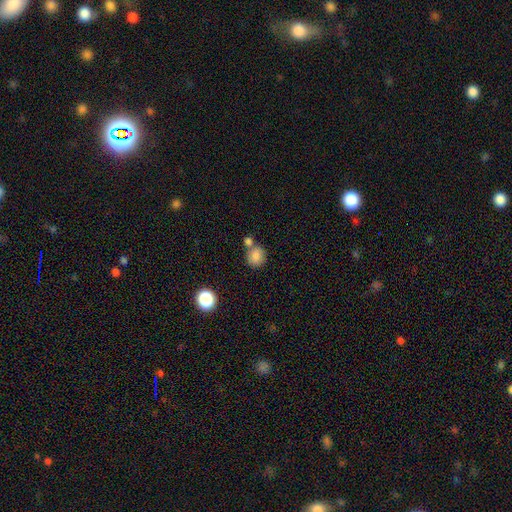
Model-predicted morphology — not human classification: smooth-or-featured: smooth: 83% | star or artifact: 10% | featured or disk: 7%
  how-rounded: round: 78% | in between: 21% | cigar-shaped: 1%
  merging: none: 55% | merger: 29% | minor disturbance: 12% | major disturbance: 4%